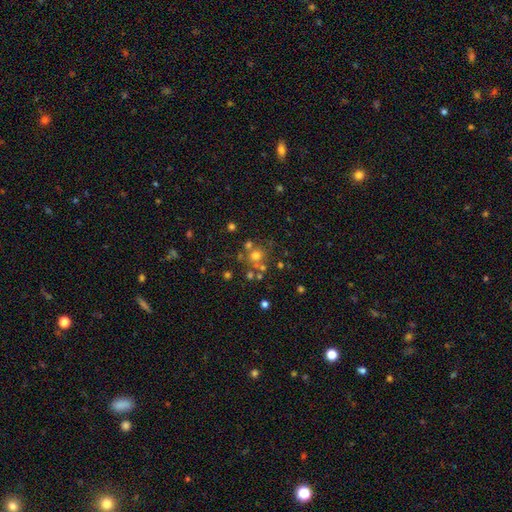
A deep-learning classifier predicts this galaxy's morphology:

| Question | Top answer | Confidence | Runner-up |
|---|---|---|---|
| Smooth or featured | smooth | 60% | star or artifact (24%) |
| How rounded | round | 87% | in between (12%) |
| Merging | none | 62% | merger (23%) |